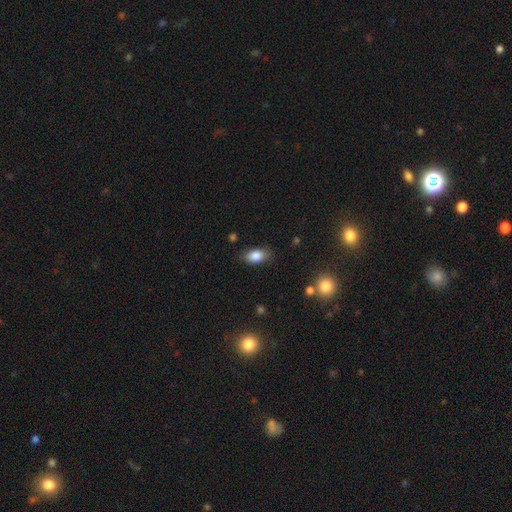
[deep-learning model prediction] Smooth or featured? smooth (84%)
How rounded? in between (88%)
Merging? none (80%)